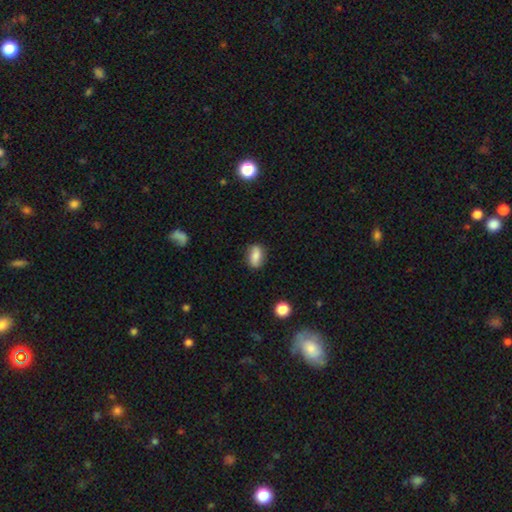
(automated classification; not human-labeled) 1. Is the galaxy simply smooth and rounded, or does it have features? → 78% smooth, 14% featured or disk, 8% star or artifact.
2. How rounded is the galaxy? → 83% in between, 10% round, 7% cigar-shaped.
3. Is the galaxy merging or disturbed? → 80% none, 15% minor disturbance, 3% major disturbance, 2% merger.